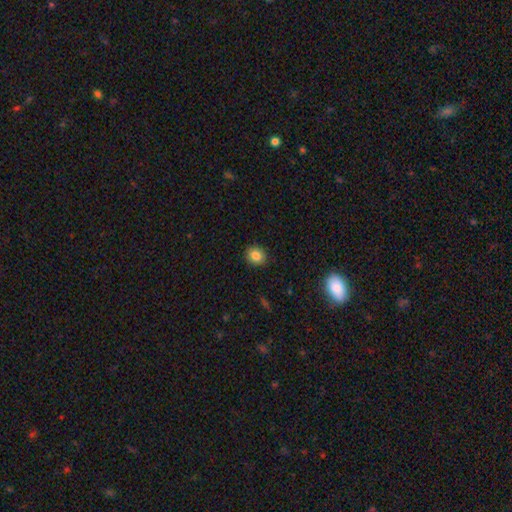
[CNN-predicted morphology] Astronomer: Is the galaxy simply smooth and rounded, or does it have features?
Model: smooth — 83%.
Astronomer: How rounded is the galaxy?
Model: round — 74%.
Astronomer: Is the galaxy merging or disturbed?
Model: none — 91%.